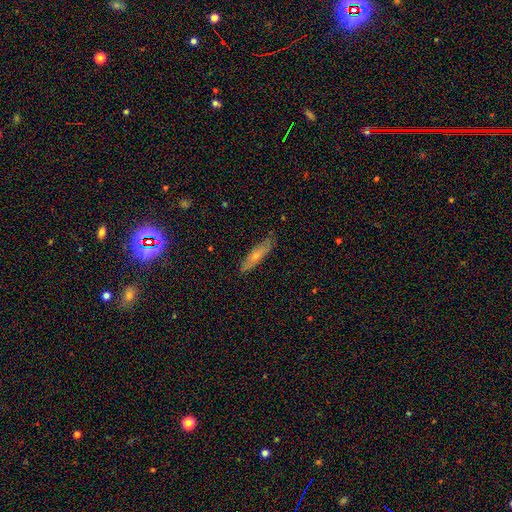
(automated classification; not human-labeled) Smooth or featured: smooth — 47% (featured or disk — 41%)
Merging: none — 82% (minor disturbance — 14%)